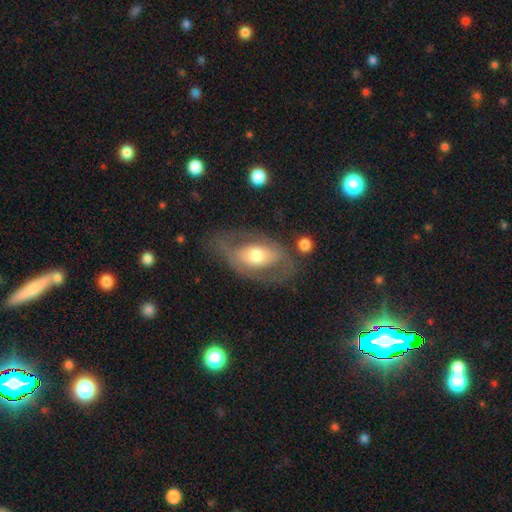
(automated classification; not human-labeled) This appears to be a featured or disk galaxy (63%) with no bar (60%), no spiral arms (51%) and a moderate central bulge (64%). Merging: none (62%).